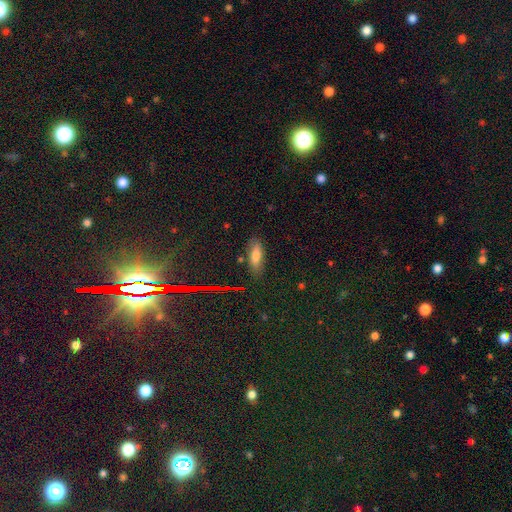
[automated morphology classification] This appears to be a smooth galaxy with no disk features (67%) that is in between round and cigar-shaped (66%). Merging: none (81%).